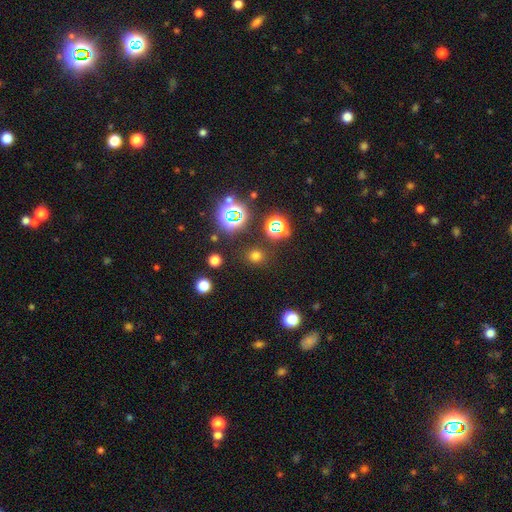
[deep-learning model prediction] This appears to be a smooth galaxy with no disk features (64%) that is round (85%). Merging: none (86%).